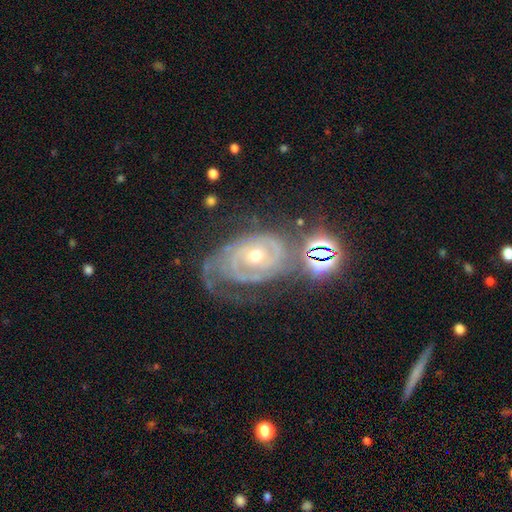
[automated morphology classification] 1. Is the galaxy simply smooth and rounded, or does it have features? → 85% featured or disk, 9% star or artifact, 6% smooth.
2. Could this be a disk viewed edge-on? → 96% no, 4% yes.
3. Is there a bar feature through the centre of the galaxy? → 70% no, 21% weak, 9% strong.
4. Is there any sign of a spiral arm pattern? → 94% yes, 6% no.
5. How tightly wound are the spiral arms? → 73% tight, 21% medium, 5% loose.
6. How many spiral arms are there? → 31% 2, 30% can't tell, 20% 3, 7% 1, 7% 4, 5% more than 4.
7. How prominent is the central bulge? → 50% moderate, 46% small, 2% large, 1% none, 1% dominant.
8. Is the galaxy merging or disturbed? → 53% none, 22% minor disturbance, 18% major disturbance, 7% merger.